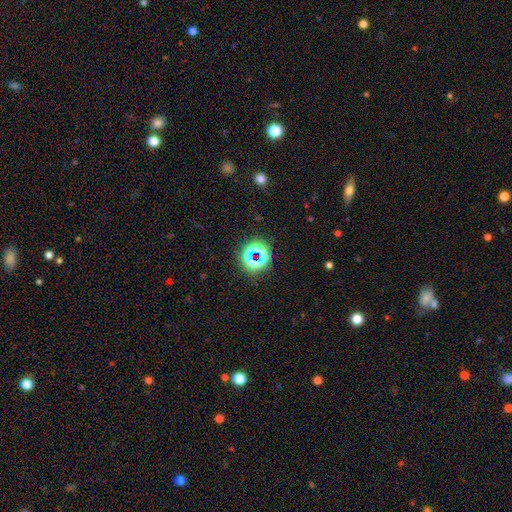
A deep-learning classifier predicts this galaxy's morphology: Smooth or featured? star or artifact (64%)